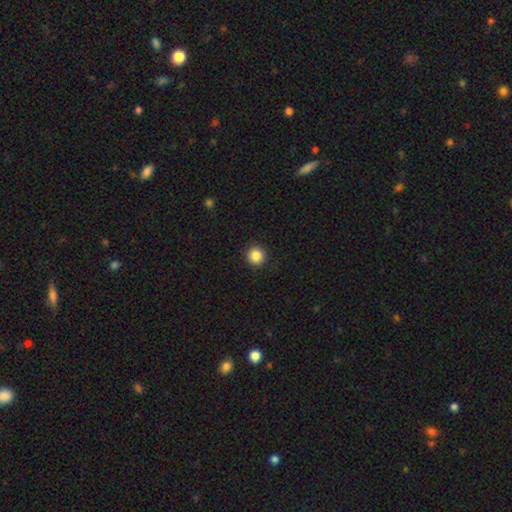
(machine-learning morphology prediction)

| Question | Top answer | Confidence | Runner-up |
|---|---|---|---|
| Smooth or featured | smooth | 86% | star or artifact (10%) |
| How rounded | round | 95% | in between (4%) |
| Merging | none | 93% | minor disturbance (5%) |